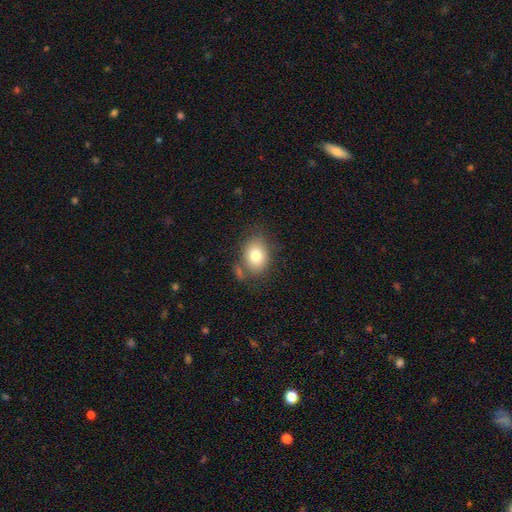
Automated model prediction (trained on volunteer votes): This appears to be a smooth galaxy with no disk features (79%) that is in between round and cigar-shaped (65%). Merging: none (68%).